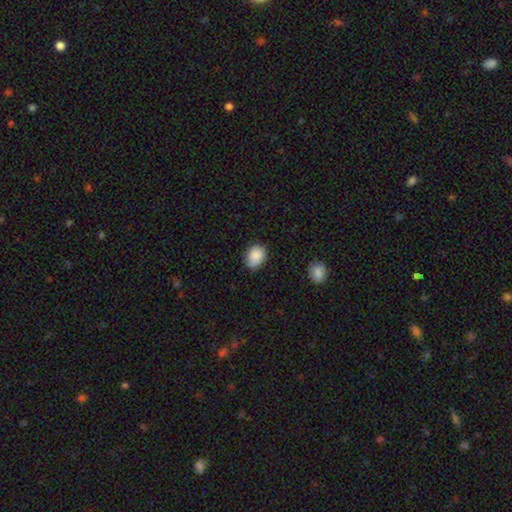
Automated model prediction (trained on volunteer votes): smooth_or_featured: smooth (p=0.88) [alt: star or artifact p=0.08]
how_rounded: in between (p=0.65) [alt: round p=0.34]
merging: none (p=0.72) [alt: minor disturbance p=0.23]